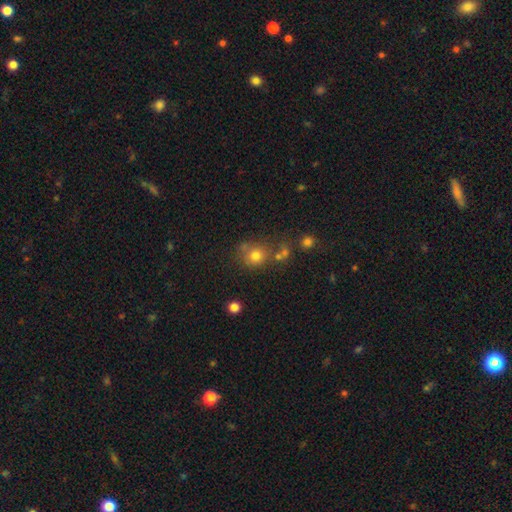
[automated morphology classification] Overall: smooth (75%). How rounded: round (81%). Merging: none (64%).